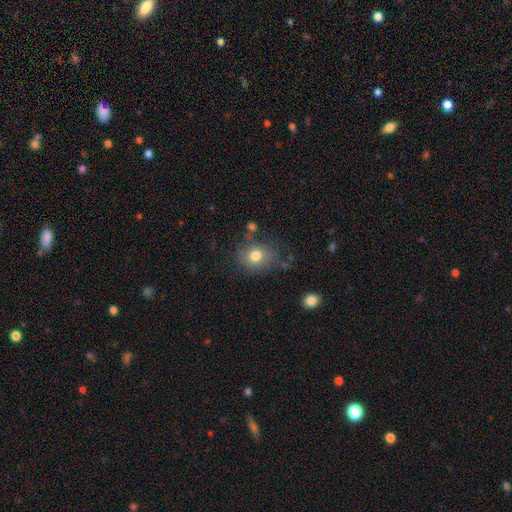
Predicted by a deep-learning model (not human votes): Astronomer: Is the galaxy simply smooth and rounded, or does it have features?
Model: smooth — 75%.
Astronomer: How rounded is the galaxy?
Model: round — 65%.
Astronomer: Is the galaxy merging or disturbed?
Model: none — 63%.